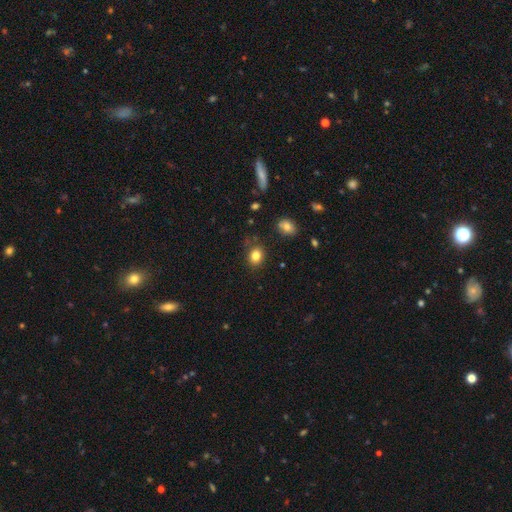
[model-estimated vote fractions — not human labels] Q: Smooth or featured?
A: smooth (83%); runner-up: star or artifact (11%)
Q: How rounded?
A: round (57%); runner-up: in between (42%)
Q: Merging?
A: none (83%); runner-up: minor disturbance (12%)